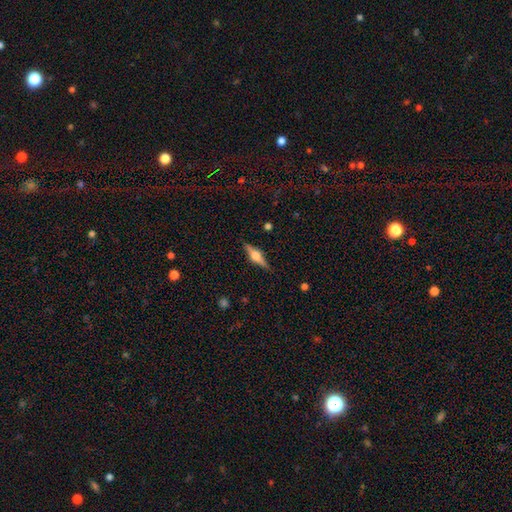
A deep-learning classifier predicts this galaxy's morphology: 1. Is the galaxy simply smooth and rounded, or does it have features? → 71% featured or disk, 22% smooth, 7% star or artifact.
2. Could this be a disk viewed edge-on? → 97% yes, 3% no.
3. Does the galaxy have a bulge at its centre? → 88% rounded, 10% boxy, 2% none.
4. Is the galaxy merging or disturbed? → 88% none, 9% minor disturbance, 2% major disturbance, 1% merger.